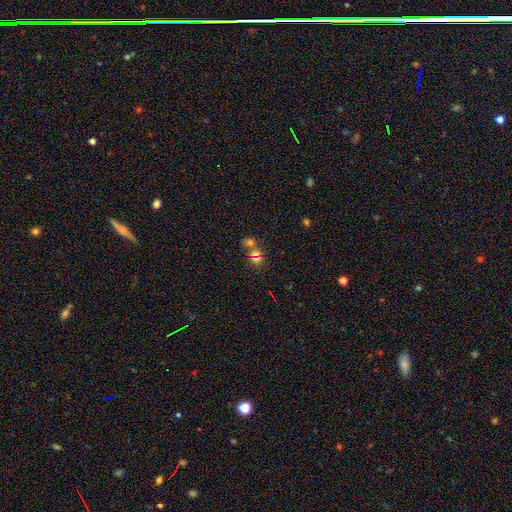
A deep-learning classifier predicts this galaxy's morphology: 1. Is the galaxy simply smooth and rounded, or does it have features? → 52% smooth, 34% star or artifact, 14% featured or disk.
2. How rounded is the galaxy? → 70% round, 28% in between, 2% cigar-shaped.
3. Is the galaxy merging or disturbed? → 47% none, 41% merger, 8% minor disturbance, 5% major disturbance.